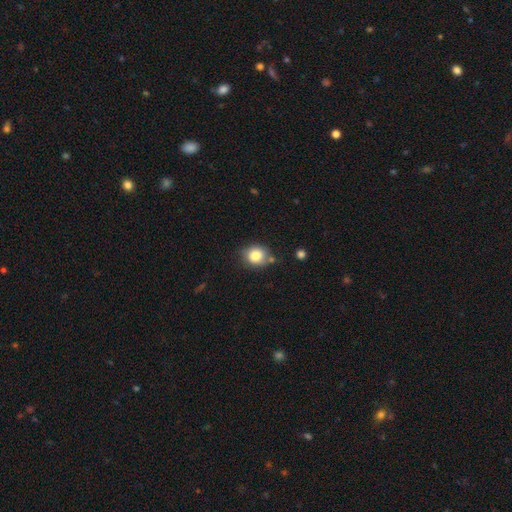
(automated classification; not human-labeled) Smooth or featured? smooth (82%)
How rounded? round (73%)
Merging? none (68%)